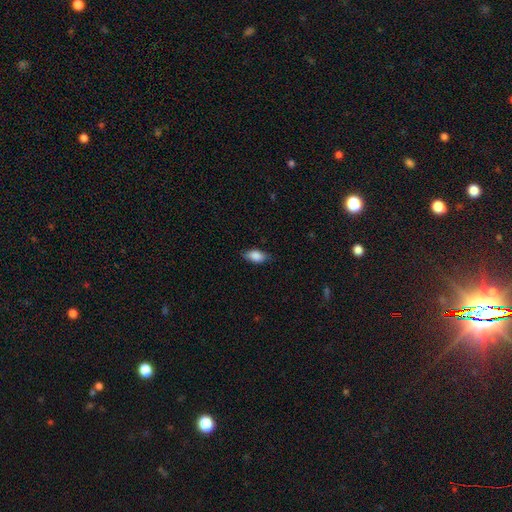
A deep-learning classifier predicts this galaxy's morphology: type=smooth (86%); roundness=in between (90%); merging=none (78%).